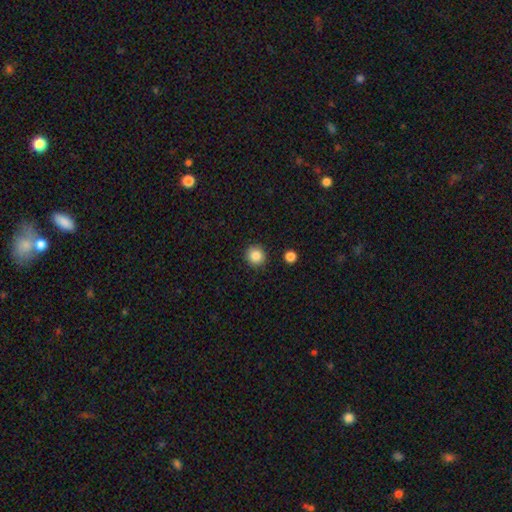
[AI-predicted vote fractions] The model was most divided on "smooth or featured": smooth: 86%, star or artifact: 10%, featured or disk: 4%. More confident: how rounded — round (94%); merging — none (91%).